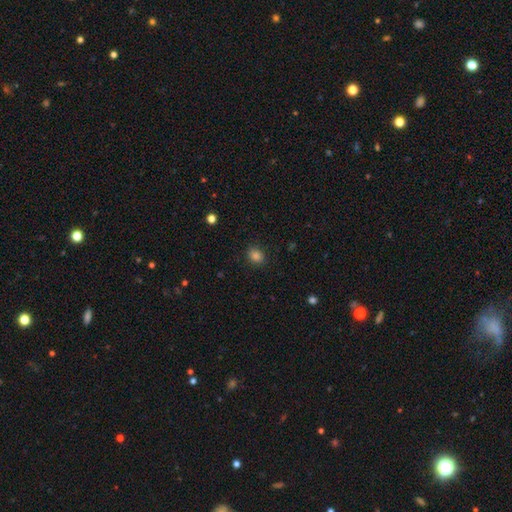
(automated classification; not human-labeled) Smooth or featured?
  - smooth: 84% *
  - star or artifact: 12%
  - featured or disk: 4%
How rounded?
  - in between: 52% *
  - round: 47%
  - cigar-shaped: 1%
Merging?
  - none: 88% *
  - minor disturbance: 8%
  - major disturbance: 2%
  - merger: 1%